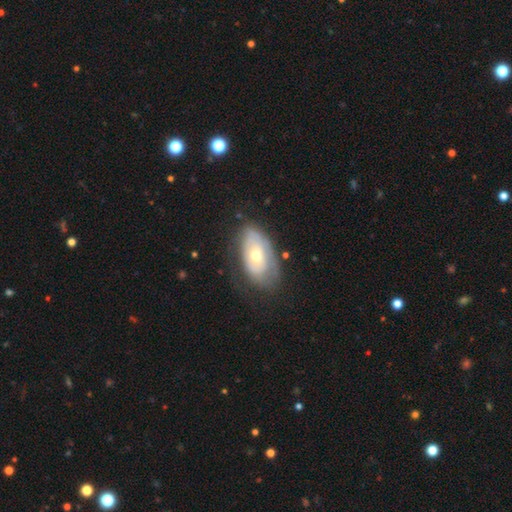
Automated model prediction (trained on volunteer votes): A featured or disk galaxy (53%). Merging: none (62%).